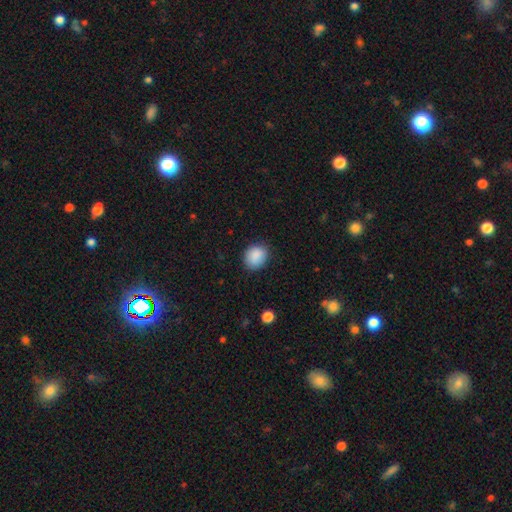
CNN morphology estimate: A smooth galaxy with no disk features (88%) that is round (61%).

Vote fractions:
- Smooth or featured? smooth: 88% / star or artifact: 8% / featured or disk: 4%
- How rounded? round: 61% / in between: 38% / cigar-shaped: 1%
- Merging? none: 83% / minor disturbance: 13% / major disturbance: 3% / merger: 1%